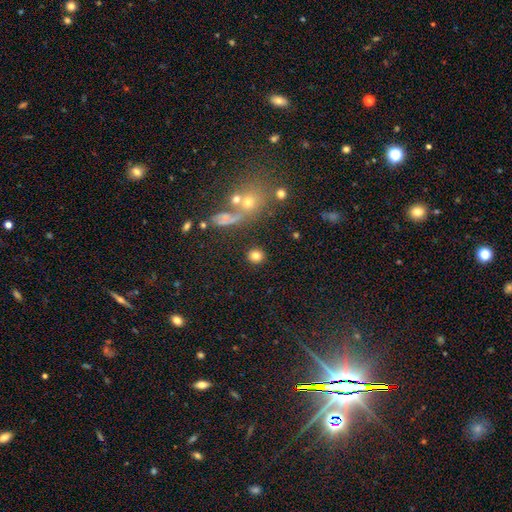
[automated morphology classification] Overall: smooth (80%). How rounded: round (87%). Merging: none (85%).